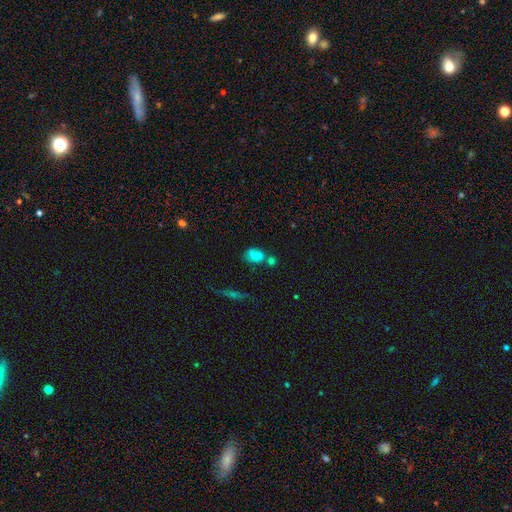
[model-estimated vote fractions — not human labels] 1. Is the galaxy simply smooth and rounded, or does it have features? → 76% smooth, 14% star or artifact, 9% featured or disk.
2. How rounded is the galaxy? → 75% in between, 22% round, 3% cigar-shaped.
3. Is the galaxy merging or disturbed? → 46% none, 30% merger, 18% minor disturbance, 7% major disturbance.